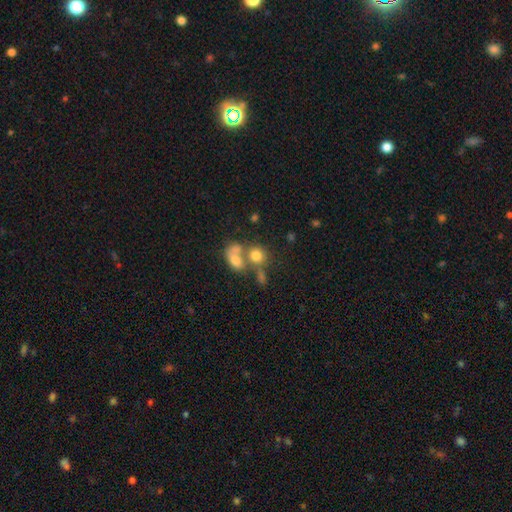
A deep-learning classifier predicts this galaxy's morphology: smooth 72%, featured or disk 15%, star or artifact 13%. Down the decision tree: how rounded — round (72%); merging — merger (47%).